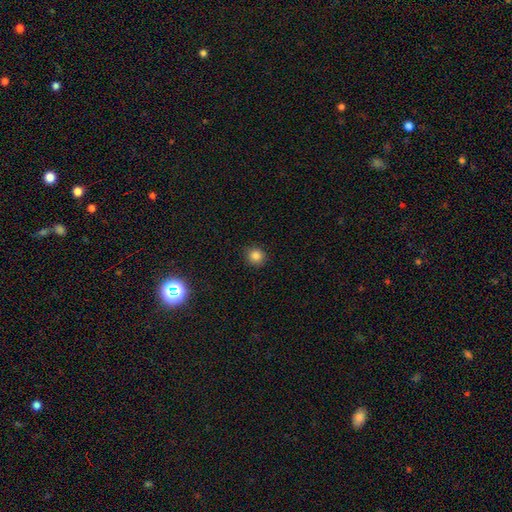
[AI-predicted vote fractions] Morphology: type=smooth (84%); roundness=round (88%); merging=none (90%).